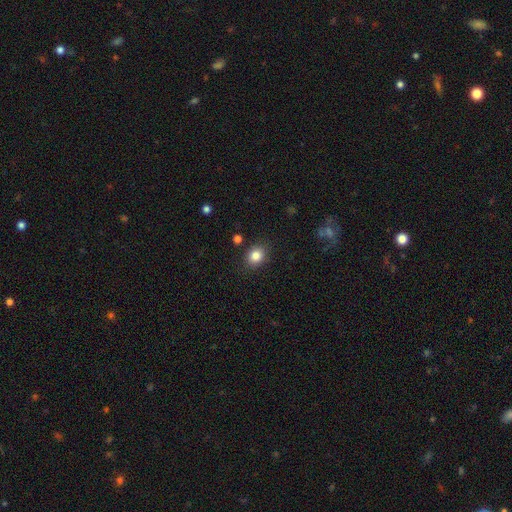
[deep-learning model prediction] Overall: smooth (84%). How rounded: round (56%; in between 43%). Merging: none (85%).